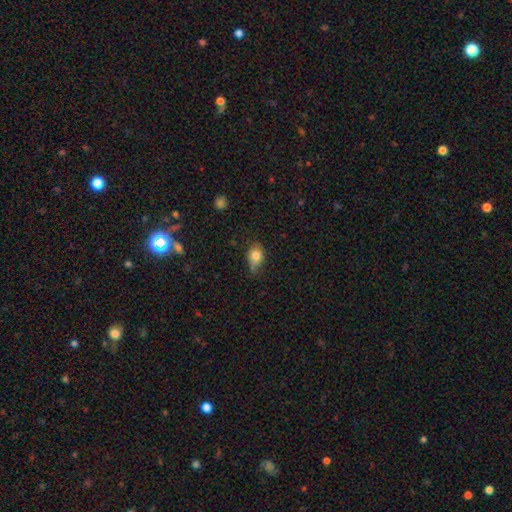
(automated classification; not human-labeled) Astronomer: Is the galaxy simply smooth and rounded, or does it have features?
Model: smooth — 79%.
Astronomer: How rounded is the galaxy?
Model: in between — 65%.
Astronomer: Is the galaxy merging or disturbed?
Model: none — 49% (runner-up: minor disturbance, 40%).